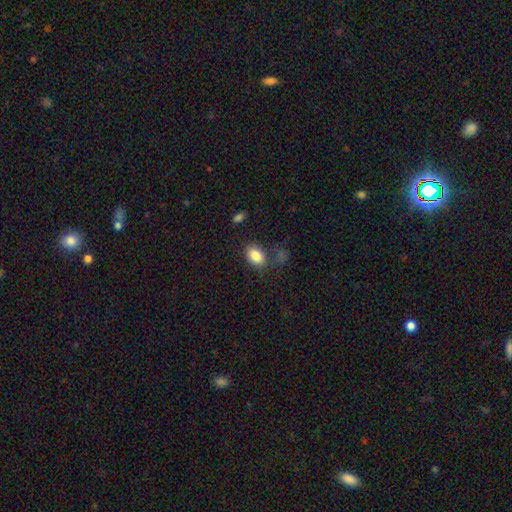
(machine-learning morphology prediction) type=smooth (85%); roundness=in between (87%); merging=none (71%).